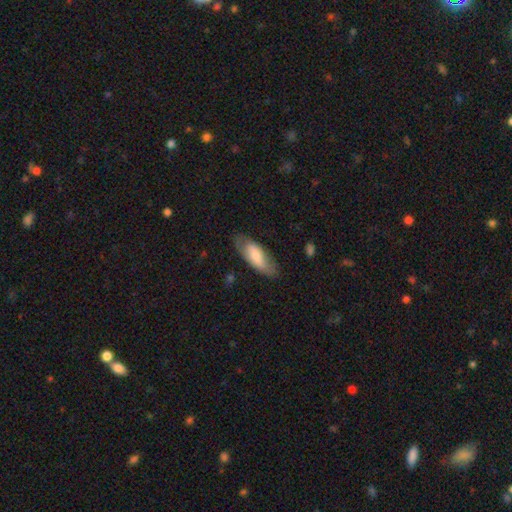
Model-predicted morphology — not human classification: Smooth or featured: smooth — 62% (featured or disk — 32%)
How rounded: in between — 76% (cigar-shaped — 22%)
Merging: none — 73% (minor disturbance — 19%)